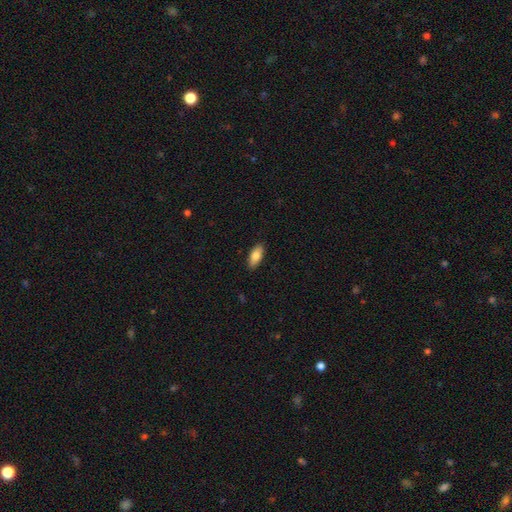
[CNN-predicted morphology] Smooth or featured? Predicted: smooth (p=0.82). How rounded? Predicted: in between (p=0.85). Merging? Predicted: none (p=0.88).